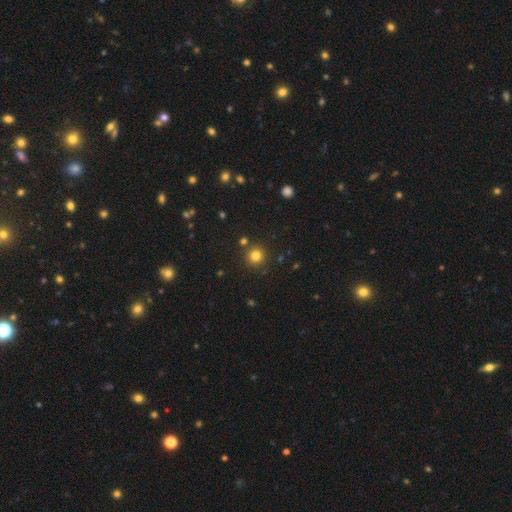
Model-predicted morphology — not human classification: Q: Smooth or featured?
A: smooth (80%); runner-up: star or artifact (15%)
Q: How rounded?
A: round (94%); runner-up: in between (5%)
Q: Merging?
A: none (88%); runner-up: minor disturbance (6%)